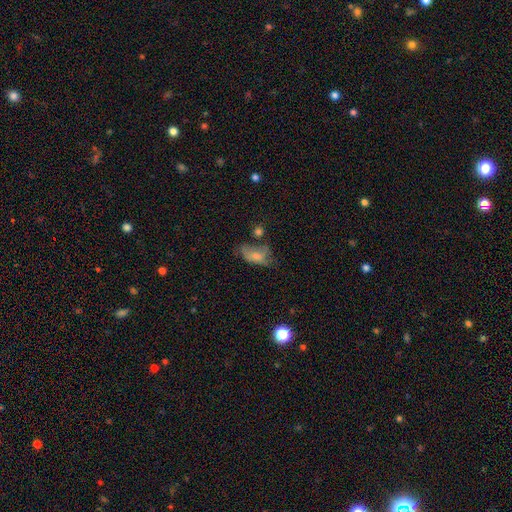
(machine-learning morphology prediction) A smooth galaxy with no disk features (62%) that is in between round and cigar-shaped (86%).

Vote fractions:
- Smooth or featured? smooth: 62% / featured or disk: 27% / star or artifact: 11%
- How rounded? in between: 86% / round: 10% / cigar-shaped: 4%
- Merging? major disturbance: 32% / none: 30% / minor disturbance: 27% / merger: 11%